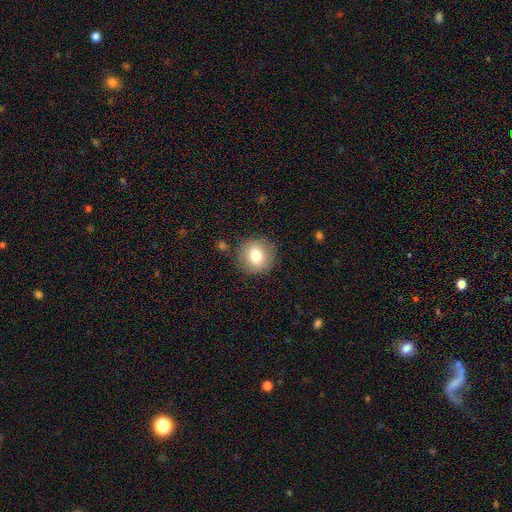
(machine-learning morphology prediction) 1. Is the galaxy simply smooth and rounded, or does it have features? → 79% smooth, 12% featured or disk, 9% star or artifact.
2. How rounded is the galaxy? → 90% round, 9% in between, 1% cigar-shaped.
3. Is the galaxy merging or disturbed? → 86% none, 9% minor disturbance, 3% major disturbance, 2% merger.